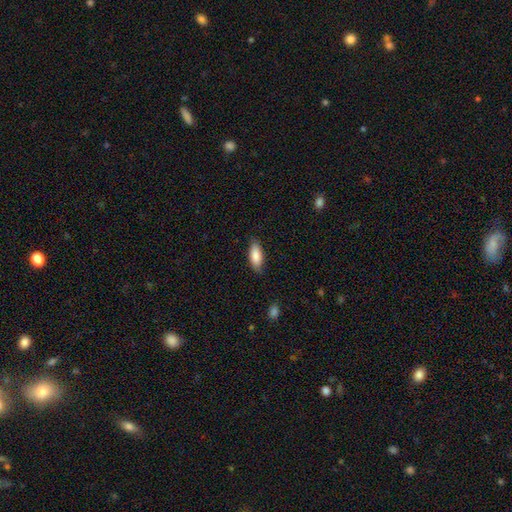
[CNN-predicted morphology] A smooth galaxy with no disk features (85%) that is in between round and cigar-shaped (78%). Merging: none (82%).